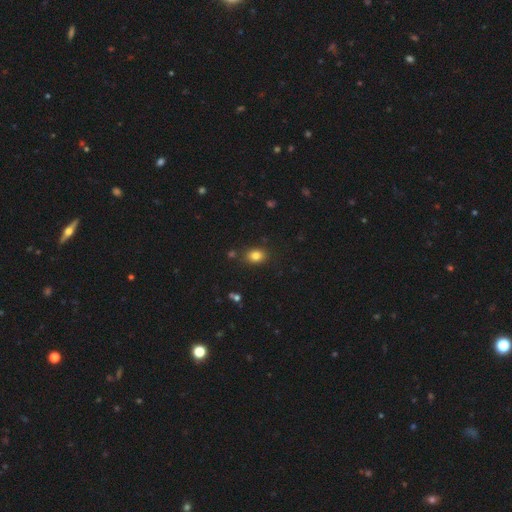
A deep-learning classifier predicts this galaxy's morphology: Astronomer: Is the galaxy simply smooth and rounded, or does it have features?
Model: smooth — 81%.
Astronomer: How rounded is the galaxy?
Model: in between — 60% (runner-up: round, 39%).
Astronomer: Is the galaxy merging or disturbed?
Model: none — 82%.